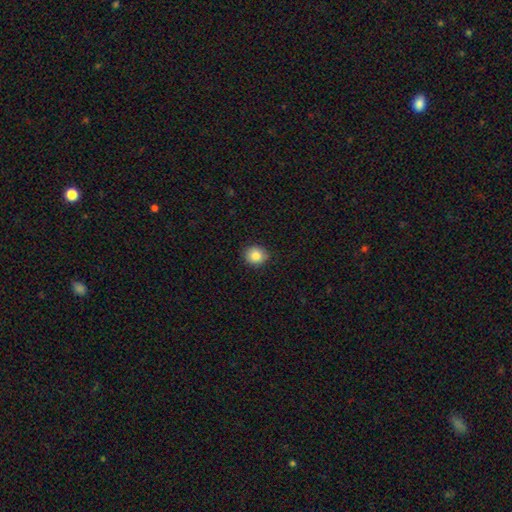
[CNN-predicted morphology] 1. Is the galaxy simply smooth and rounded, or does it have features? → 85% smooth, 9% star or artifact, 6% featured or disk.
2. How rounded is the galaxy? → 83% round, 16% in between, 1% cigar-shaped.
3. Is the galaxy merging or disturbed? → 89% none, 8% minor disturbance, 2% major disturbance, 1% merger.